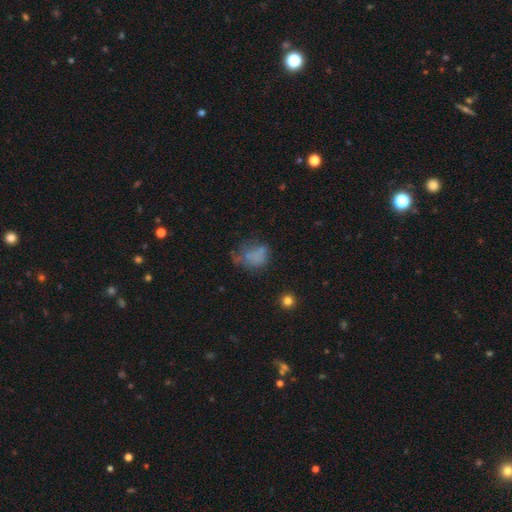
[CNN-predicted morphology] A smooth galaxy with no disk features (61%) that is round (50%).

Vote fractions:
- Smooth or featured? smooth: 61% / featured or disk: 22% / star or artifact: 17%
- How rounded? round: 50% / in between: 48% / cigar-shaped: 2%
- Merging? none: 39% / major disturbance: 27% / minor disturbance: 26% / merger: 8%